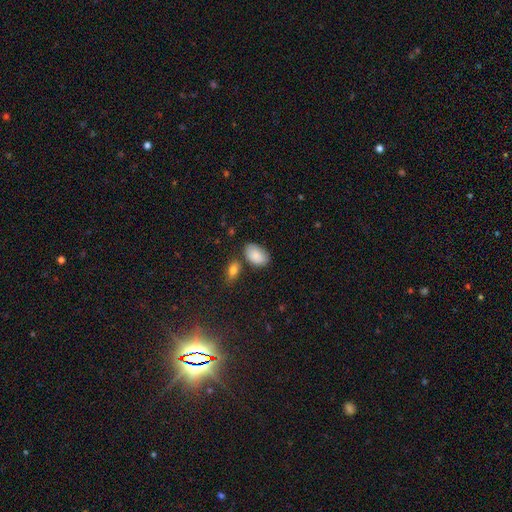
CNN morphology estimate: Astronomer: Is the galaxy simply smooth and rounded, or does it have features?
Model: smooth — 87%.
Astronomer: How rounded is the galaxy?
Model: in between — 93%.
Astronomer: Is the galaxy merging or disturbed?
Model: none — 68%.